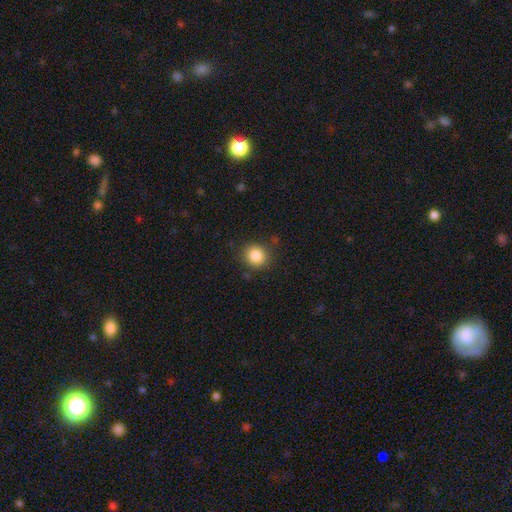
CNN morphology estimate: smooth-or-featured: smooth: 85% | star or artifact: 10% | featured or disk: 5%
  how-rounded: round: 86% | in between: 13% | cigar-shaped: 1%
  merging: none: 86% | minor disturbance: 9% | major disturbance: 3% | merger: 2%